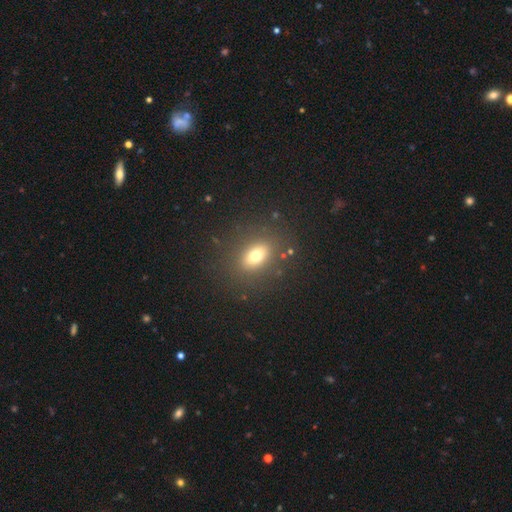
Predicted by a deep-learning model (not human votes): Smooth or featured?
  - smooth: 72% *
  - featured or disk: 14%
  - star or artifact: 14%
How rounded?
  - in between: 75% *
  - round: 20%
  - cigar-shaped: 5%
Merging?
  - none: 84% *
  - minor disturbance: 9%
  - major disturbance: 5%
  - merger: 2%